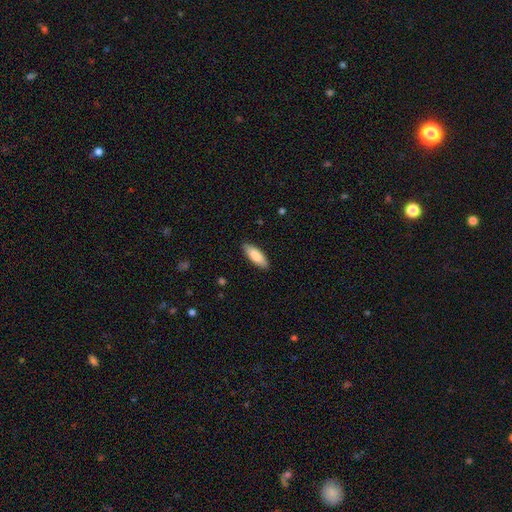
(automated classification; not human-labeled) This is clearly a smooth galaxy (83%). How rounded: likely in between (61%). Merging: clearly none (88%).